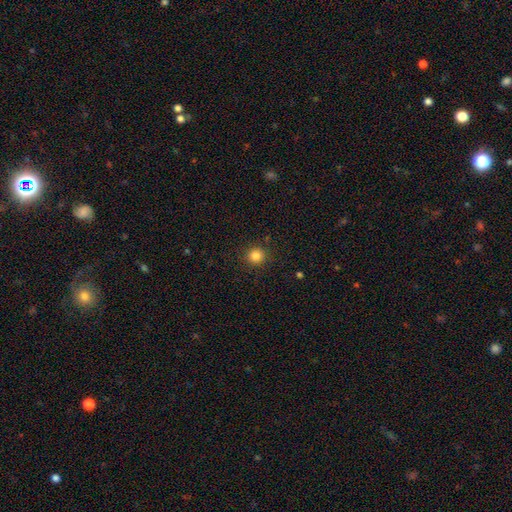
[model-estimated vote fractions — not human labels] Smooth or featured: smooth — 84% (star or artifact — 12%)
How rounded: round — 92% (in between — 8%)
Merging: none — 91% (minor disturbance — 6%)